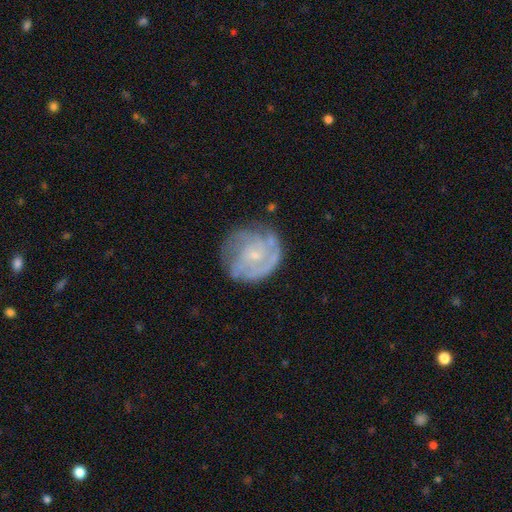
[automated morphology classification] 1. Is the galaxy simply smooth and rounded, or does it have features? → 76% featured or disk, 17% smooth, 7% star or artifact.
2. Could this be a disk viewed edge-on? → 98% no, 2% yes.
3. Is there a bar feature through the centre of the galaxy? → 71% no, 25% weak, 4% strong.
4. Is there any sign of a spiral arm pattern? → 88% yes, 12% no.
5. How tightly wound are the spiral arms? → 59% tight, 31% medium, 10% loose.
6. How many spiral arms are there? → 37% can't tell, 22% 3, 21% 2, 8% 4, 7% 1, 5% more than 4.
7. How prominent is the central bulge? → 76% small, 16% moderate, 6% none, 1% large, 1% dominant.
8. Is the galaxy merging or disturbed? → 68% none, 20% minor disturbance, 9% major disturbance, 2% merger.